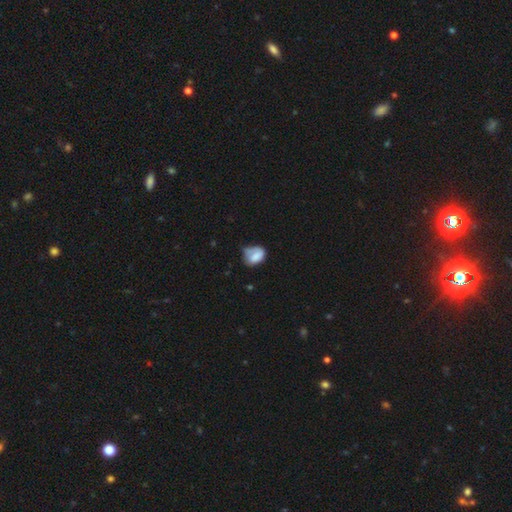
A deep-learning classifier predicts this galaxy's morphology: The model was most divided on "merging": minor disturbance: 40%, none: 34%, major disturbance: 18%, merger: 7%. More confident: smooth or featured — smooth (74%); how rounded — in between (69%).